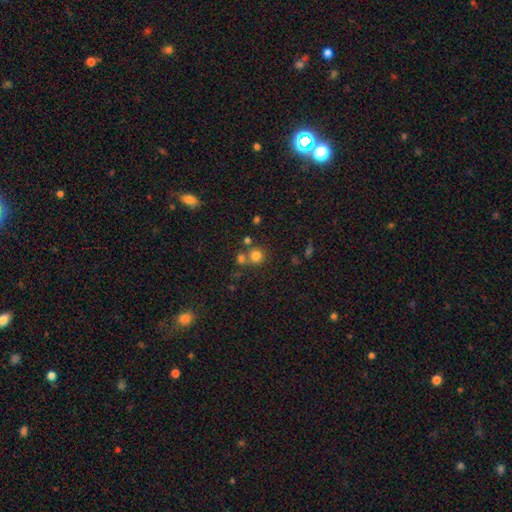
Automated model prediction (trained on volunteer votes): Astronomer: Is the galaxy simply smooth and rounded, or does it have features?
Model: smooth — 76%.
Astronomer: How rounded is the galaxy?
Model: round — 90%.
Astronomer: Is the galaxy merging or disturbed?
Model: none — 61%.